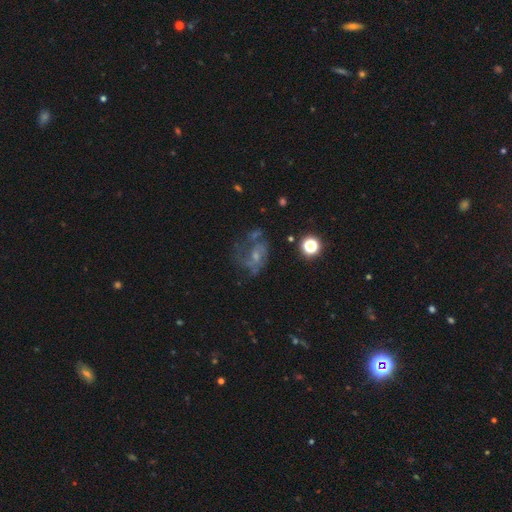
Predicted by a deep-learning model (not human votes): Morphology: type=featured or disk (60%); edge-on=no (97%); bar=no (68%); spiral arms=yes (63%); bulge=small (48%); merging=none (39%).